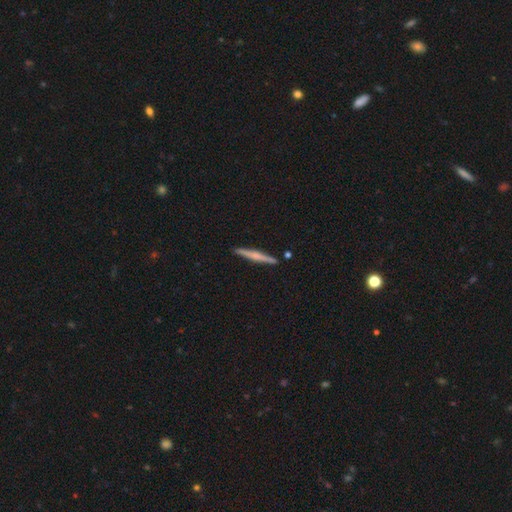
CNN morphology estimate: Smooth or featured: featured or disk — 57% (smooth — 37%)
Edge-on disk: yes — 98% (no — 2%)
Edge-on bulge: rounded — 54% (none — 27%)
Merging: none — 90% (minor disturbance — 7%)